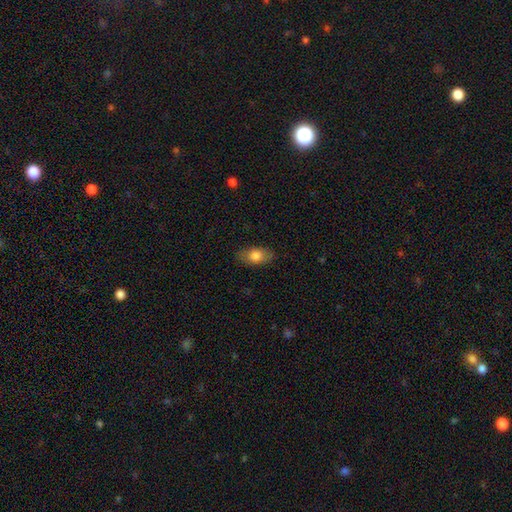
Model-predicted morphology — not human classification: smooth_or_featured: smooth (p=0.79) [alt: featured or disk p=0.13]
how_rounded: in between (p=0.89) [alt: round p=0.07]
merging: none (p=0.84) [alt: minor disturbance p=0.12]